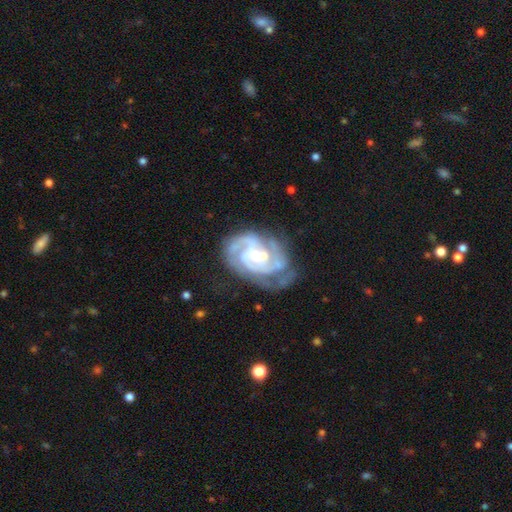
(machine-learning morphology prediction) smooth_or_featured: featured or disk (p=0.88) [alt: smooth p=0.07]
disk_edge_on: no (p=0.98) [alt: yes p=0.02]
bar: no (p=0.49) [alt: weak p=0.39]
has_spiral_arms: yes (p=0.96) [alt: no p=0.04]
spiral_winding: tight (p=0.61) [alt: medium p=0.33]
spiral_arm_count: 2 (p=0.31) [tied with: 3 p=0.31]
bulge_size: small (p=0.54) [alt: moderate p=0.38]
merging: none (p=0.55) [alt: minor disturbance p=0.24]